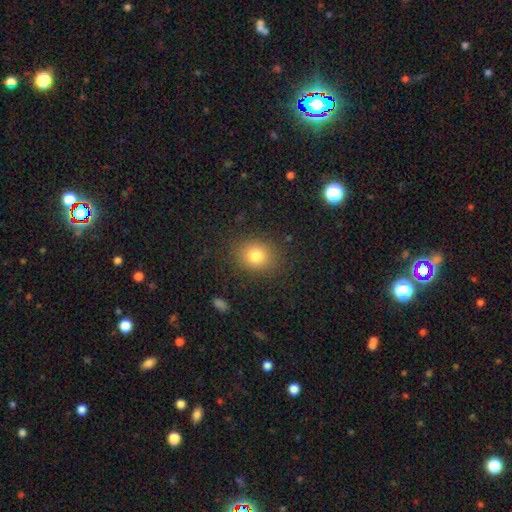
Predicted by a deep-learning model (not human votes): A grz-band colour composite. It shows a smooth galaxy with no disk features (79%) that is round (70%). Merging: none (85%).